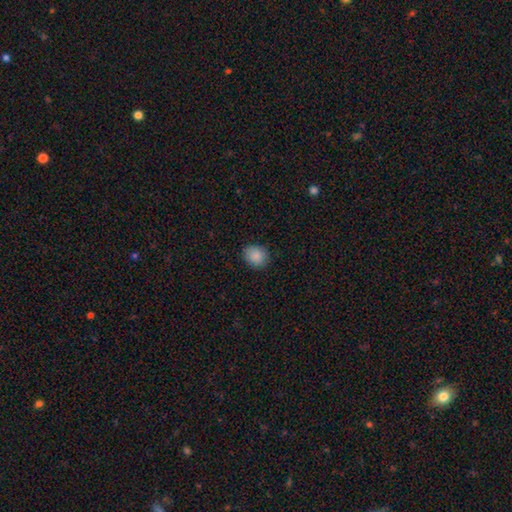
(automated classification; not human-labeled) smooth 88%, star or artifact 8%, featured or disk 4%. Down the decision tree: how rounded — round (64%); merging — none (87%).